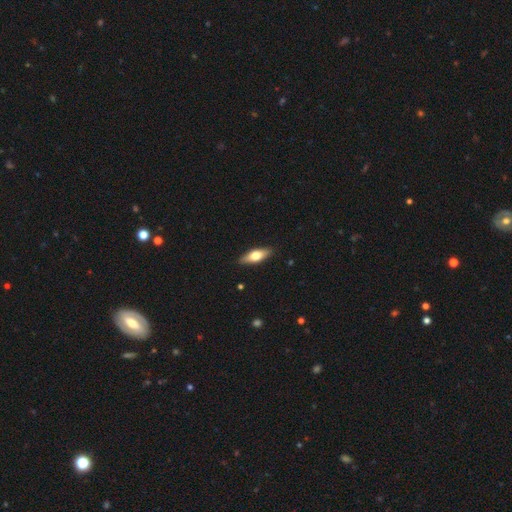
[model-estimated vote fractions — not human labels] Overall: smooth (62%; featured or disk 32%). How rounded: in between (61%; cigar-shaped 36%). Merging: none (88%).